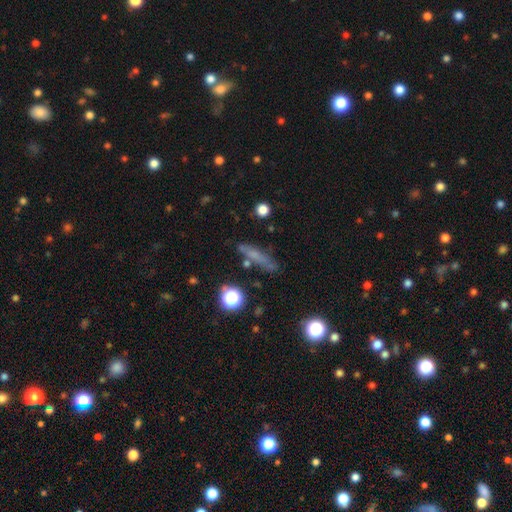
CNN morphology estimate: Overall: smooth (58%; featured or disk 26%). How rounded: cigar-shaped (78%). Merging: none (72%).